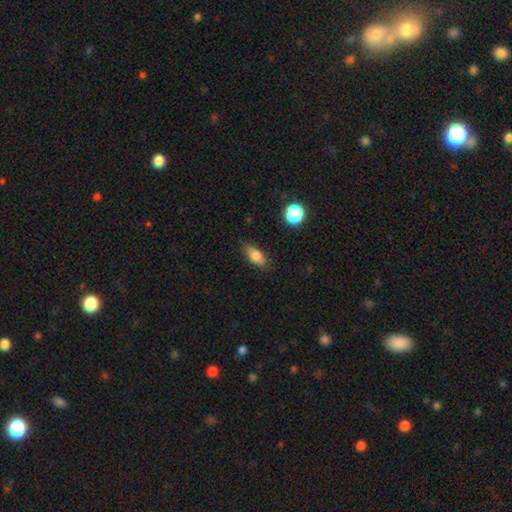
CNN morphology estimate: Overall: smooth (77%). How rounded: in between (82%). Merging: none (80%).